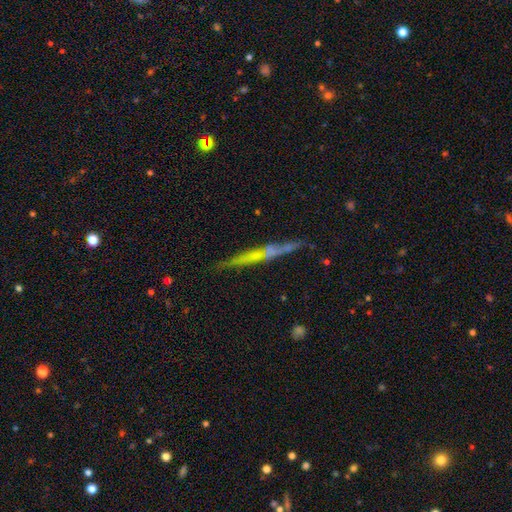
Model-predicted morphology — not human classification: This appears to be a featured or disk galaxy (58%) viewed edge-on (93%) with no central bulge (66%). Merging: none (76%).